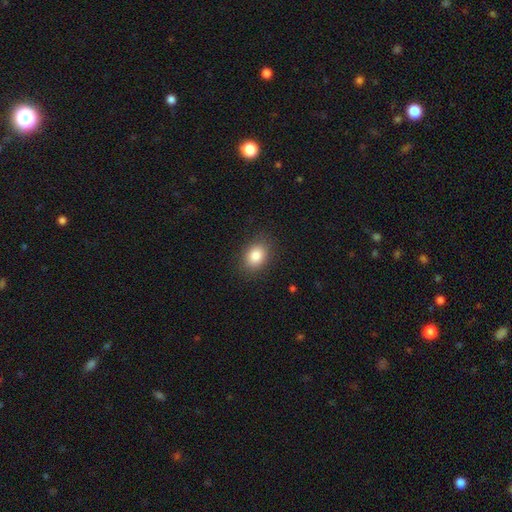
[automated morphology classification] This is clearly a smooth galaxy (85%). How rounded: likely in between (67%). Merging: clearly none (86%).